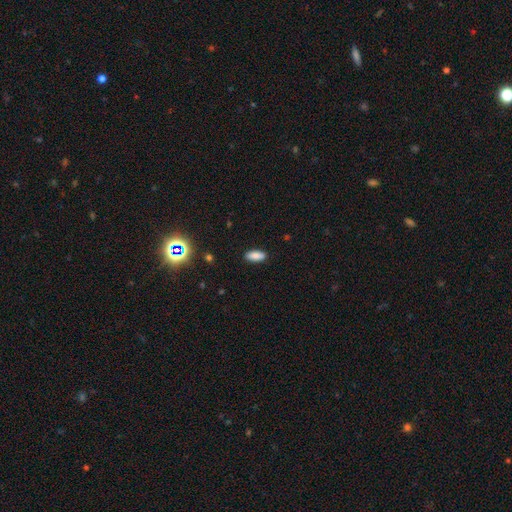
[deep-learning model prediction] A smooth galaxy with no disk features (84%) that is in between round and cigar-shaped (79%). Merging: none (88%).